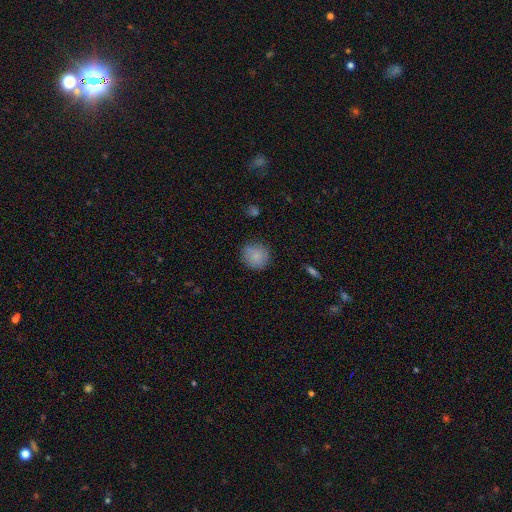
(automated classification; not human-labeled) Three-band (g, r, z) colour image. It shows a smooth galaxy with no disk features (83%) that is round (90%). Merging: none (79%).